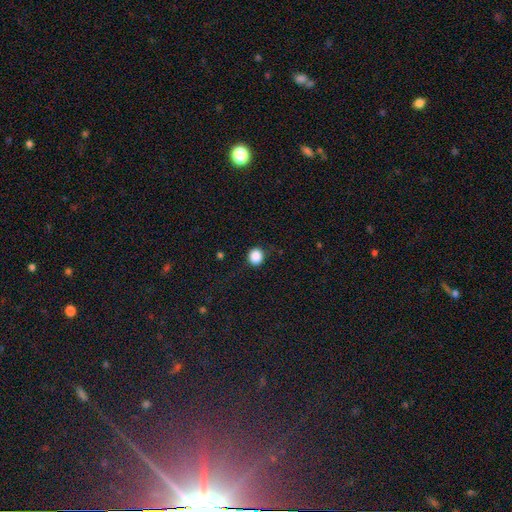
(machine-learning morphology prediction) A smooth galaxy with no disk features (88%) that is round (83%). Merging: none (88%).